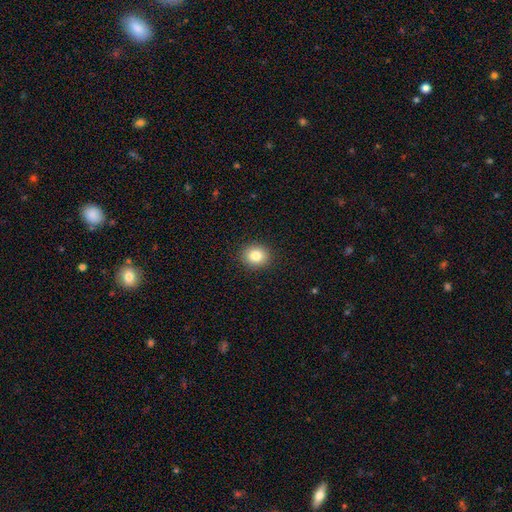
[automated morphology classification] This is clearly a smooth galaxy (83%). How rounded: likely round (76%). Merging: clearly none (91%).